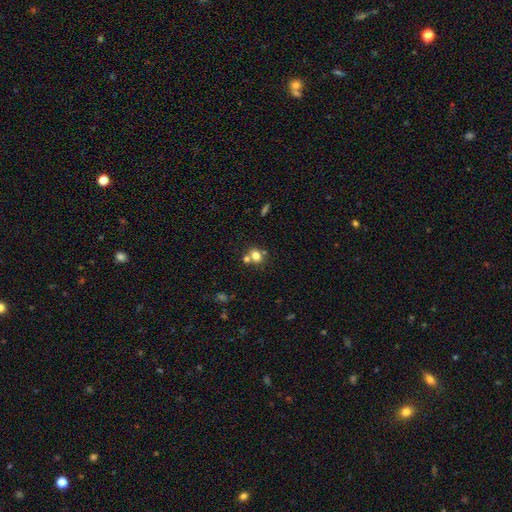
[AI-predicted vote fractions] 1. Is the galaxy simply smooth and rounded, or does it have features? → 75% smooth, 13% star or artifact, 12% featured or disk.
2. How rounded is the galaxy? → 66% round, 33% in between, 1% cigar-shaped.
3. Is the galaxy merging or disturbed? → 49% none, 38% merger, 9% minor disturbance, 4% major disturbance.